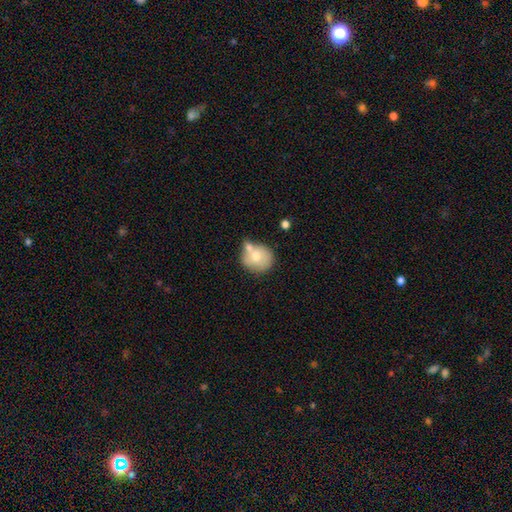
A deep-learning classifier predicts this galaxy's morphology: Smooth or featured?
  - smooth: 70% *
  - featured or disk: 22%
  - star or artifact: 8%
How rounded?
  - round: 82% *
  - in between: 17%
  - cigar-shaped: 1%
Merging?
  - none: 44% *
  - merger: 33%
  - minor disturbance: 18%
  - major disturbance: 5%